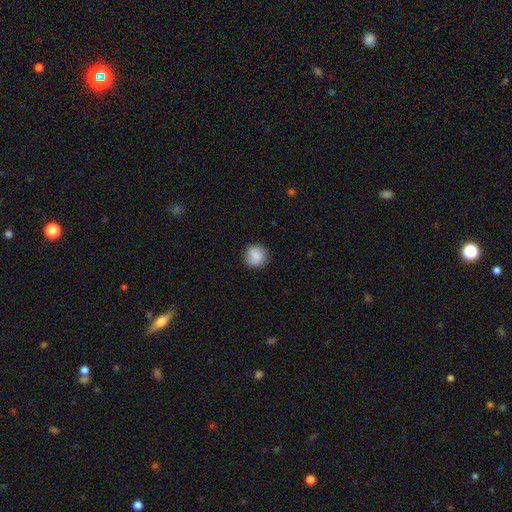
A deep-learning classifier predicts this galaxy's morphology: Smooth or featured? smooth (83%)
How rounded? round (90%)
Merging? none (83%)